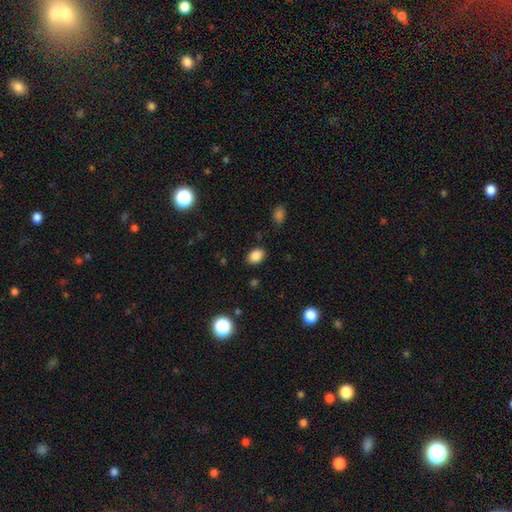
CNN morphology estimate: The model was most divided on "how rounded": in between: 75%, round: 24%, cigar-shaped: 1%. More confident: merging — none (85%); smooth or featured — smooth (85%).